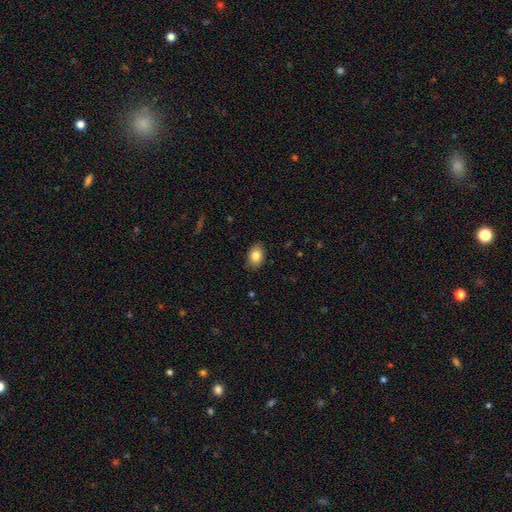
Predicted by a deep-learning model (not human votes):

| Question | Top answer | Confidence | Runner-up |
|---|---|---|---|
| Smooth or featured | smooth | 84% | star or artifact (8%) |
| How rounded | in between | 82% | round (17%) |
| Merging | none | 86% | minor disturbance (11%) |